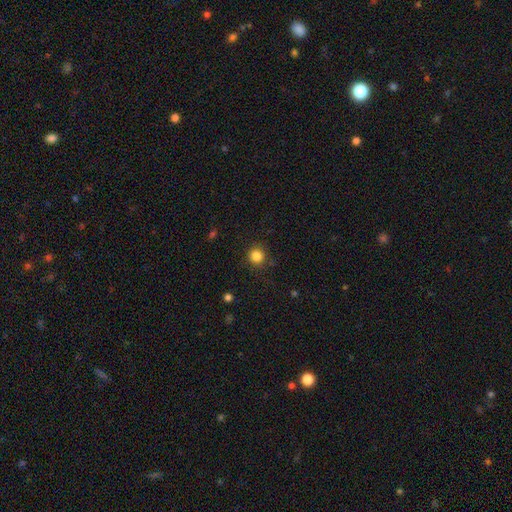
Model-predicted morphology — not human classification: This is clearly a smooth galaxy (84%). How rounded: clearly round (94%). Merging: clearly none (88%).